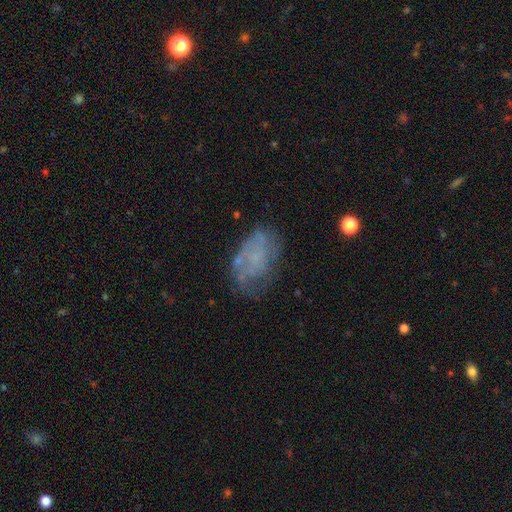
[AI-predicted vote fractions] Smooth or featured?
  - featured or disk: 51% *
  - smooth: 37%
  - star or artifact: 12%
Edge-on disk?
  - no: 97% *
  - yes: 3%
Merging?
  - none: 52% *
  - minor disturbance: 25%
  - major disturbance: 19%
  - merger: 4%